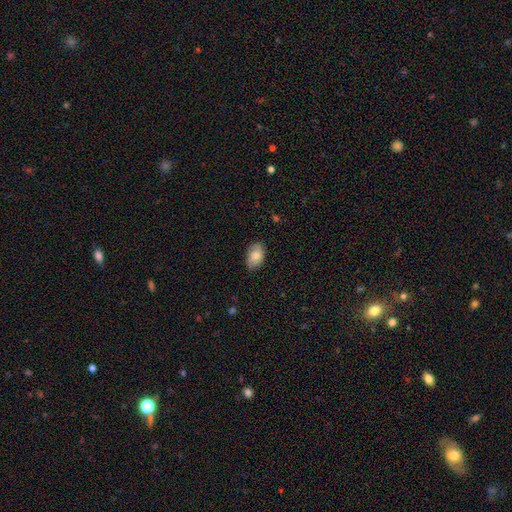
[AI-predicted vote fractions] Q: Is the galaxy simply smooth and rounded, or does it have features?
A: smooth — 78%.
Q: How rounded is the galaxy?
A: in between — 90%.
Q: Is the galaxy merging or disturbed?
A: none — 80%.